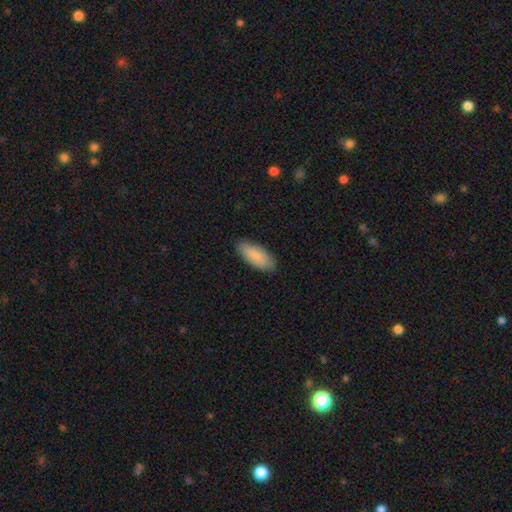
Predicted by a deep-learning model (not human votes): This is clearly a smooth galaxy (85%). How rounded: clearly in between (81%). Merging: clearly none (87%).